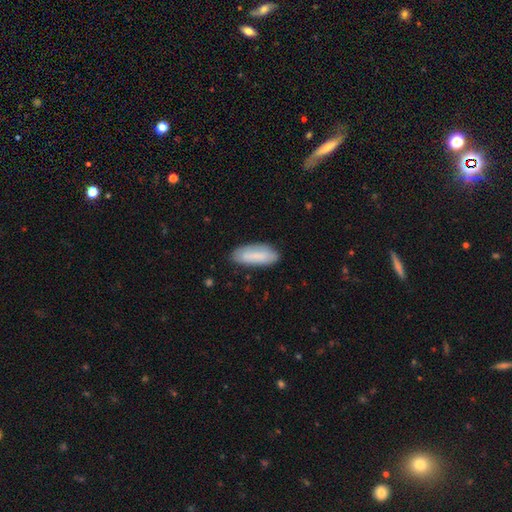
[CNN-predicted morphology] Q: Smooth or featured?
A: smooth (80%); runner-up: featured or disk (14%)
Q: How rounded?
A: in between (74%); runner-up: cigar-shaped (24%)
Q: Merging?
A: none (79%); runner-up: minor disturbance (16%)